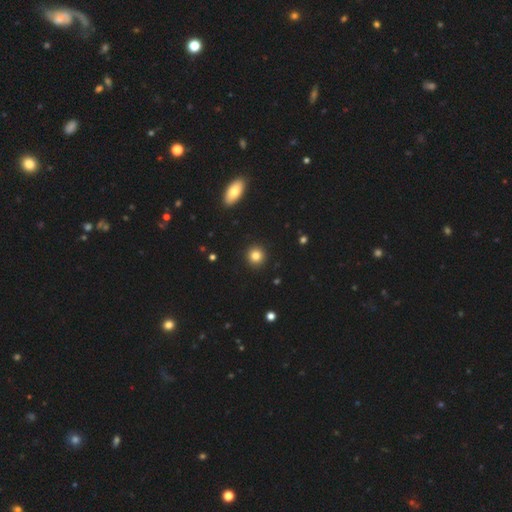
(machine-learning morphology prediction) This is clearly a smooth galaxy (83%). How rounded: clearly round (93%). Merging: clearly none (93%).